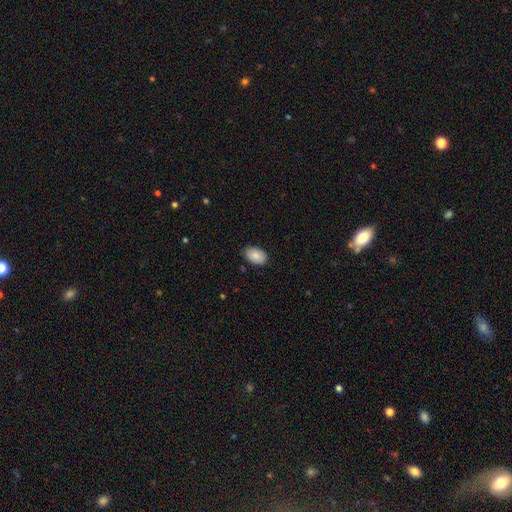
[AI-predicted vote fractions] Smooth or featured: smooth — 86% (featured or disk — 7%)
How rounded: in between — 90% (round — 9%)
Merging: none — 85% (minor disturbance — 12%)